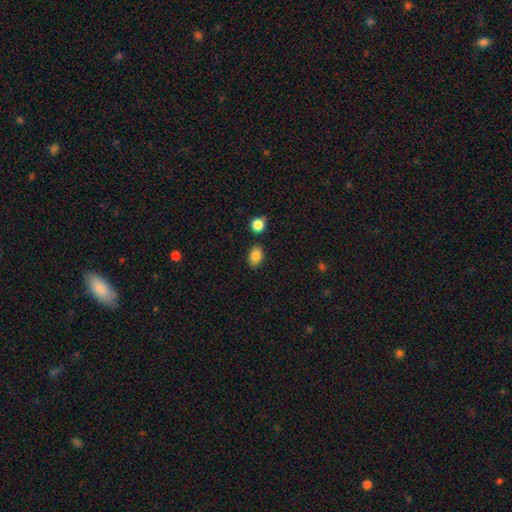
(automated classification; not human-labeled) This is clearly a smooth galaxy (86%). How rounded: likely in between (77%). Merging: clearly none (83%).